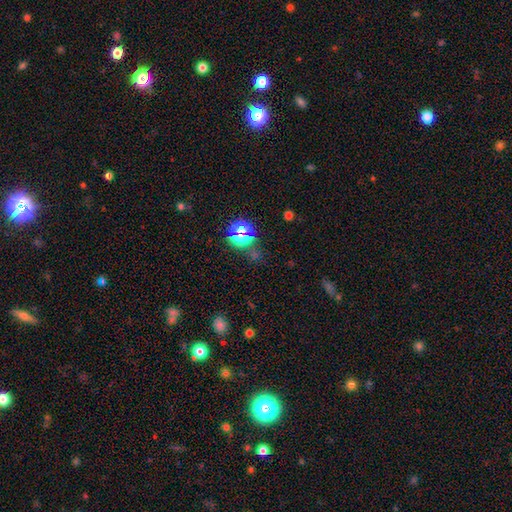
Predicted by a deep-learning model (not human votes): smooth-or-featured: star or artifact: 68% | smooth: 23% | featured or disk: 9%